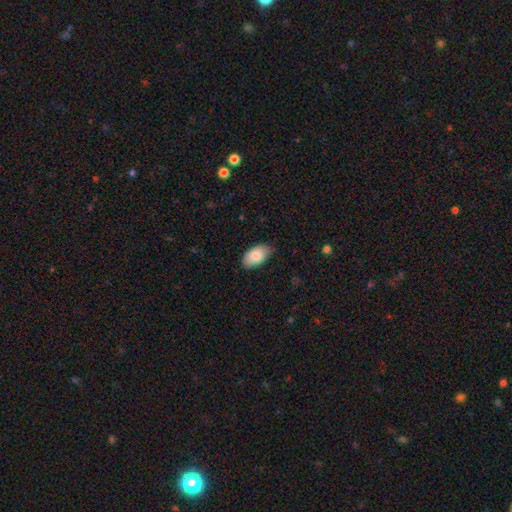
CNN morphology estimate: Q: Smooth or featured?
A: smooth (84%); runner-up: featured or disk (10%)
Q: How rounded?
A: in between (95%); runner-up: round (4%)
Q: Merging?
A: none (78%); runner-up: minor disturbance (18%)